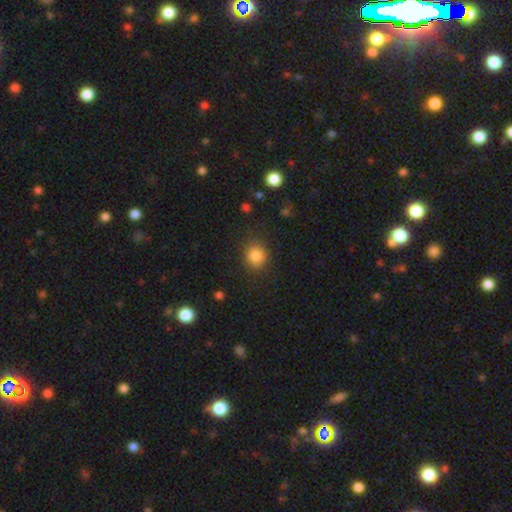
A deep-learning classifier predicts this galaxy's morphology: Smooth or featured: smooth — 84% (star or artifact — 11%)
How rounded: round — 76% (in between — 24%)
Merging: none — 84% (minor disturbance — 10%)